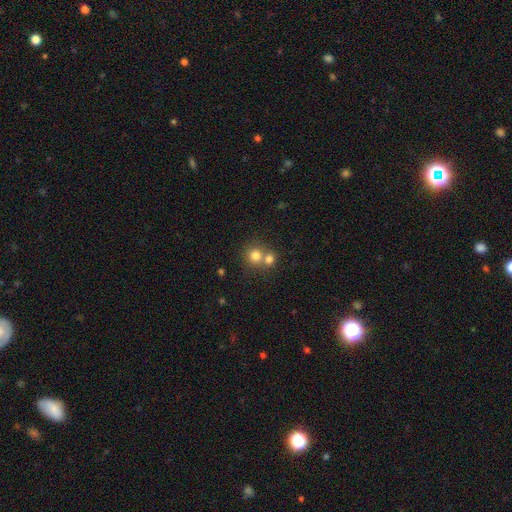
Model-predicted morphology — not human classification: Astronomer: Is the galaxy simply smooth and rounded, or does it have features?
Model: smooth — 77%.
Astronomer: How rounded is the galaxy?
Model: round — 88%.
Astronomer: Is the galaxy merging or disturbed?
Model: none — 47% (runner-up: merger, 46%).